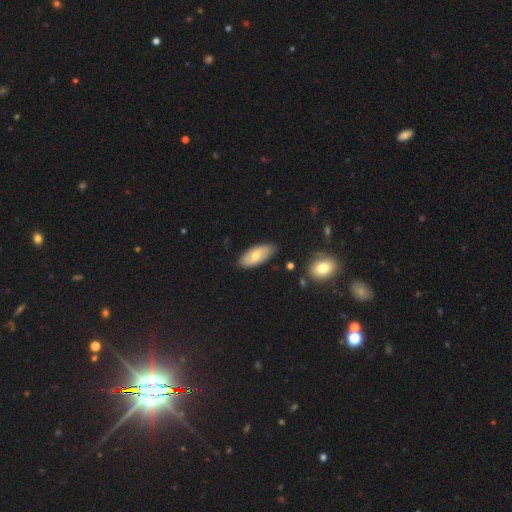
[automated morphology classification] Smooth or featured?
  - smooth: 61% *
  - featured or disk: 34%
  - star or artifact: 6%
How rounded?
  - in between: 89% *
  - cigar-shaped: 8%
  - round: 2%
Merging?
  - none: 83% *
  - minor disturbance: 13%
  - major disturbance: 2%
  - merger: 2%